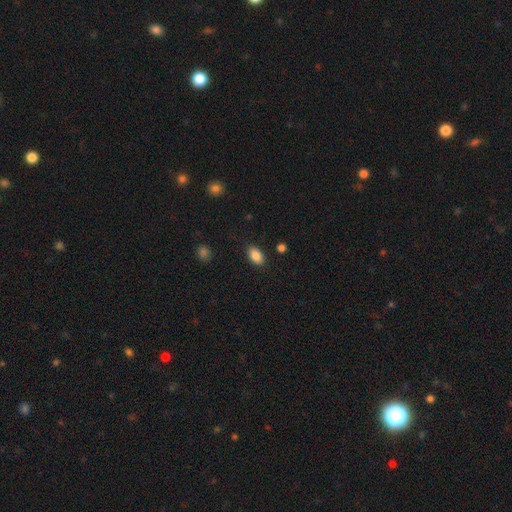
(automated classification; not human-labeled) A smooth galaxy with no disk features (87%) that is in between round and cigar-shaped (91%).

Vote fractions:
- Smooth or featured? smooth: 87% / star or artifact: 8% / featured or disk: 5%
- How rounded? in between: 91% / round: 7% / cigar-shaped: 2%
- Merging? none: 87% / minor disturbance: 9% / major disturbance: 3% / merger: 1%